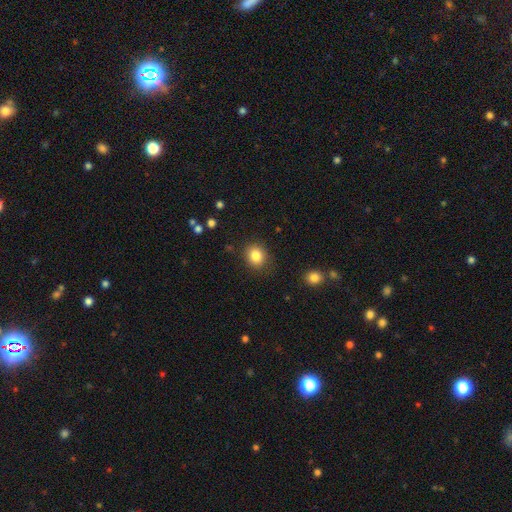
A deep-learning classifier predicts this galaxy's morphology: This appears to be a smooth galaxy with no disk features (85%) that is round (74%). Merging: none (86%).